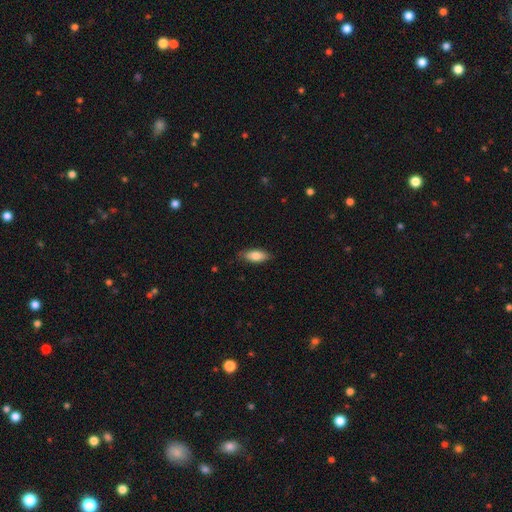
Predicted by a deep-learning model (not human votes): A smooth galaxy with no disk features (80%) that is in between round and cigar-shaped (80%).

Vote fractions:
- Smooth or featured? smooth: 80% / featured or disk: 14% / star or artifact: 6%
- How rounded? in between: 80% / cigar-shaped: 18% / round: 2%
- Merging? none: 81% / minor disturbance: 16% / major disturbance: 3% / merger: 1%